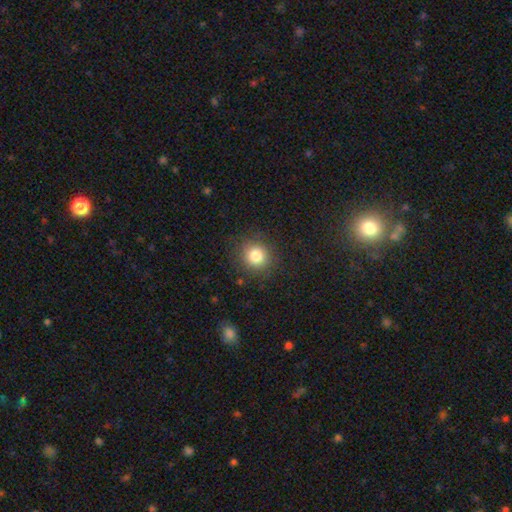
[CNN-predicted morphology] smooth_or_featured: smooth (p=0.82) [alt: star or artifact p=0.12]
how_rounded: round (p=0.90) [alt: in between p=0.09]
merging: none (p=0.88) [alt: minor disturbance p=0.08]